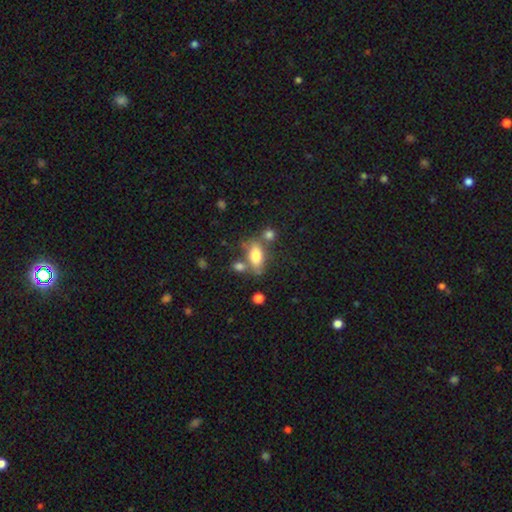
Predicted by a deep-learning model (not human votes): Morphology: type=smooth (74%); roundness=in between (83%); merging=none (56%).